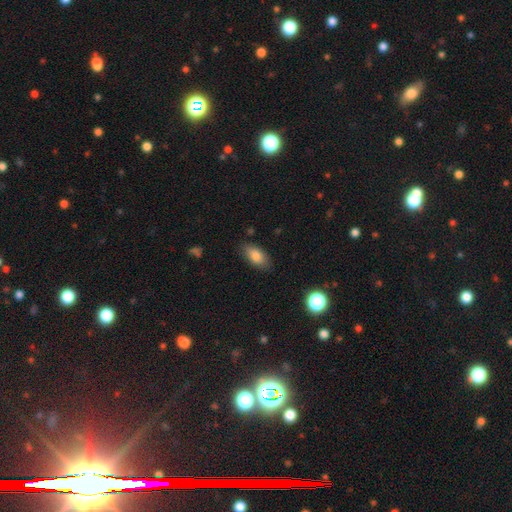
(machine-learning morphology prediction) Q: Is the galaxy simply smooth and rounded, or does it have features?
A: smooth — 82%.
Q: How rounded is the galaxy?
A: in between — 90%.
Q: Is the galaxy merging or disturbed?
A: none — 83%.